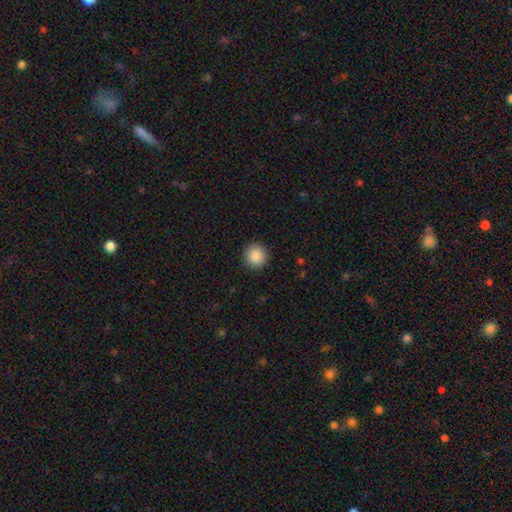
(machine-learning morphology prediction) This is clearly a smooth galaxy (89%). How rounded: clearly round (92%). Merging: clearly none (92%).